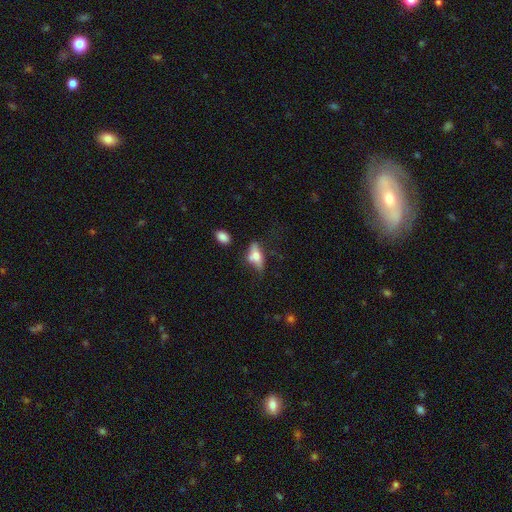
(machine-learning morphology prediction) Smooth or featured: smooth — 54% (featured or disk — 37%)
How rounded: in between — 76% (cigar-shaped — 18%)
Merging: none — 49% (minor disturbance — 28%)